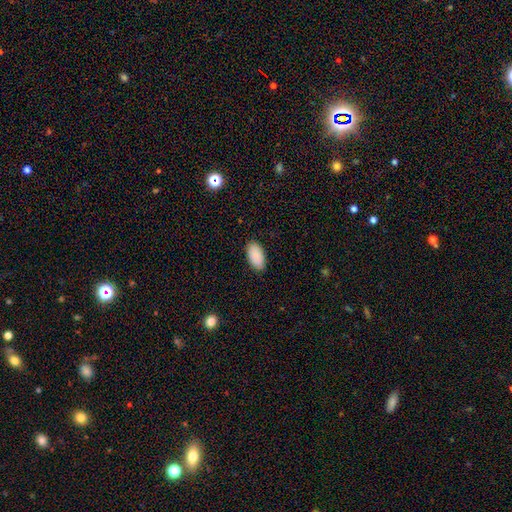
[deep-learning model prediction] Q: Smooth or featured?
A: smooth (91%); runner-up: star or artifact (6%)
Q: How rounded?
A: in between (96%); runner-up: round (3%)
Q: Merging?
A: none (87%); runner-up: minor disturbance (9%)